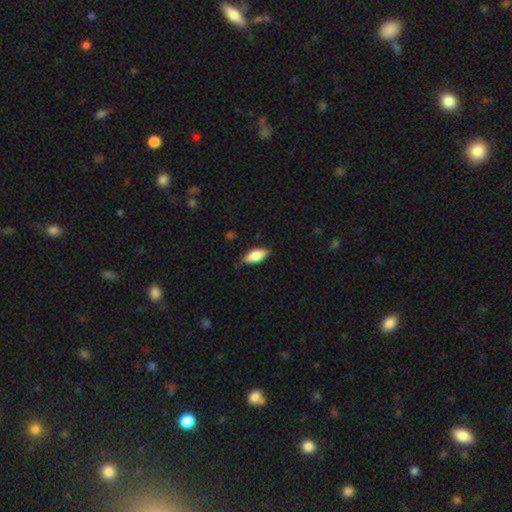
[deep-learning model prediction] A smooth galaxy with no disk features (70%) that is in between round and cigar-shaped (79%). Merging: none (79%).